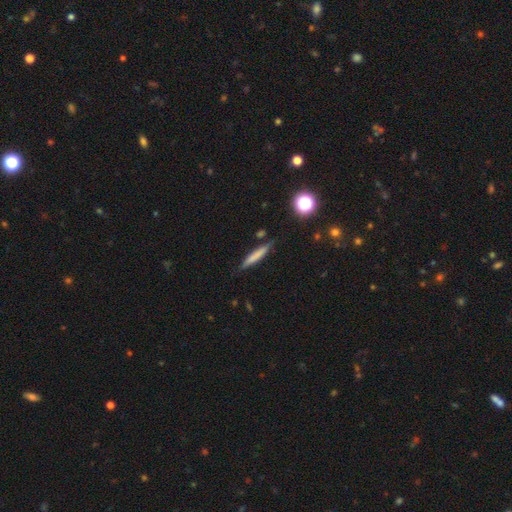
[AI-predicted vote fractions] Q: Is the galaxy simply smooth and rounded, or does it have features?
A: smooth — 69%.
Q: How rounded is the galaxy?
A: cigar-shaped — 92%.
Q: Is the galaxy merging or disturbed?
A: none — 81%.